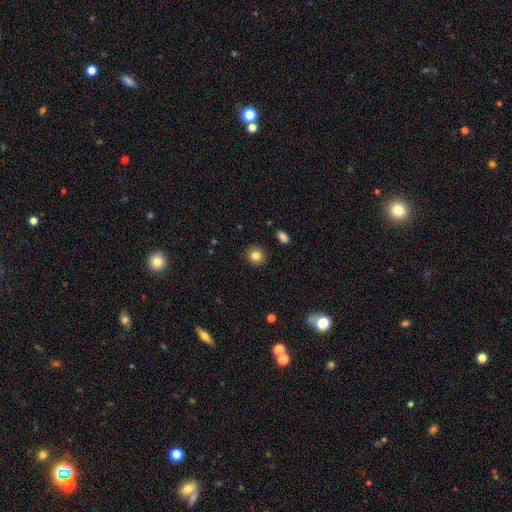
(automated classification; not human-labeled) smooth_or_featured: smooth (p=0.83) [alt: star or artifact p=0.10]
how_rounded: round (p=0.86) [alt: in between p=0.14]
merging: none (p=0.91) [alt: minor disturbance p=0.06]